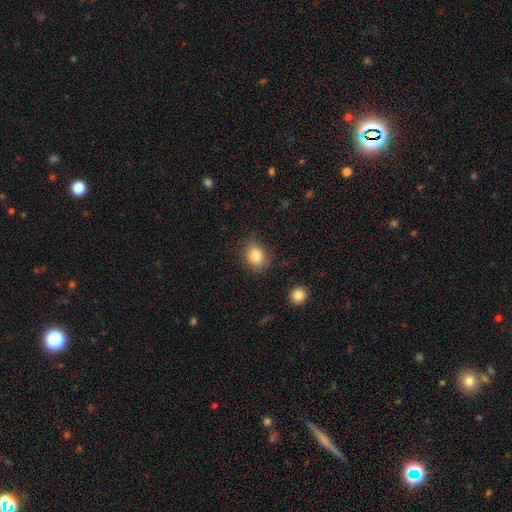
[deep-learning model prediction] smooth-or-featured: smooth: 83% | star or artifact: 10% | featured or disk: 7%
  how-rounded: in between: 54% | round: 45% | cigar-shaped: 1%
  merging: none: 76% | minor disturbance: 18% | major disturbance: 4% | merger: 2%